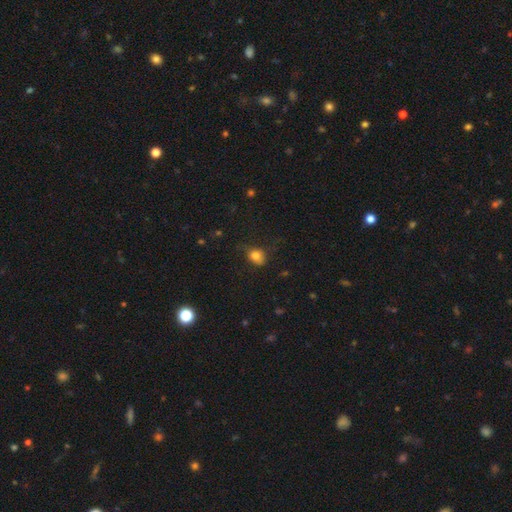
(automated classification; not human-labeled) Smooth or featured? smooth (79%)
How rounded? round (56%)
Merging? none (57%)